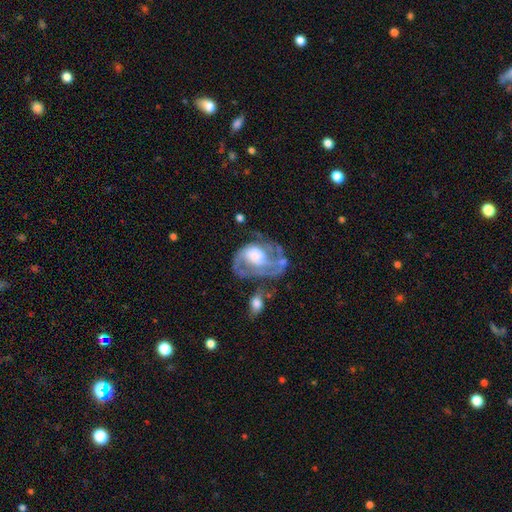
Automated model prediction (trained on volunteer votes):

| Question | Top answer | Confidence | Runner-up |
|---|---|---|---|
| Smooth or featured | featured or disk | 78% | smooth (15%) |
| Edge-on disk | no | 98% | yes (2%) |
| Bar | no | 72% | weak (22%) |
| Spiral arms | yes | 81% | no (19%) |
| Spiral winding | medium | 40% | tight (37%) |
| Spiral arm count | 2 | 35% | 1 (26%) |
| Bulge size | large | 44% | moderate (22%) |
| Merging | major disturbance | 37% | none (30%) |